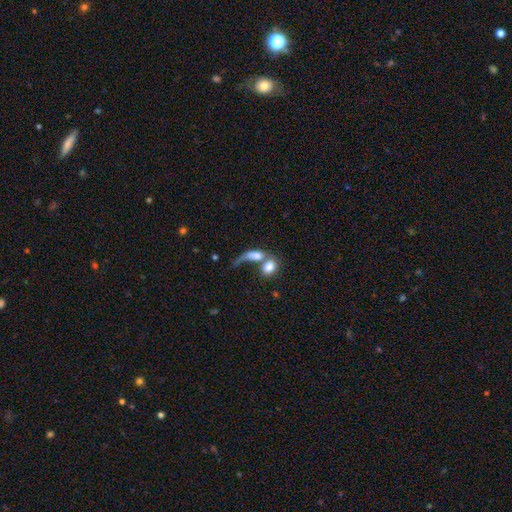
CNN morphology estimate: This appears to be a smooth galaxy with no disk features (66%) that is in between round and cigar-shaped (62%). Merging: merger (60%).